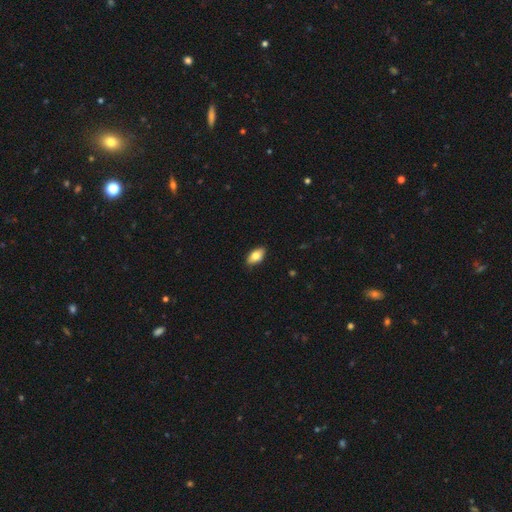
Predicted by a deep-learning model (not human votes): This is likely a smooth galaxy (80%). How rounded: clearly in between (91%). Merging: clearly none (87%).